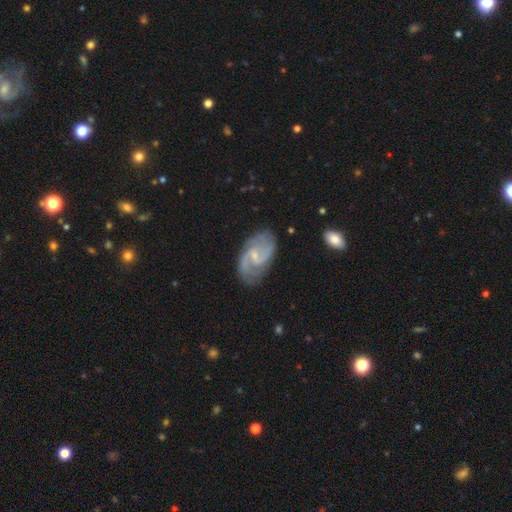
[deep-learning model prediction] Smooth or featured? Predicted: featured or disk (p=0.88). Edge-on disk? Predicted: no (p=0.97). Bar? Predicted: weak (p=0.57). Spiral arms? Predicted: yes (p=0.97). Spiral winding? Predicted: medium (p=0.53). Spiral arm count? Predicted: 2 (p=0.77). Bulge size? Predicted: small (p=0.73). Merging? Predicted: none (p=0.77).